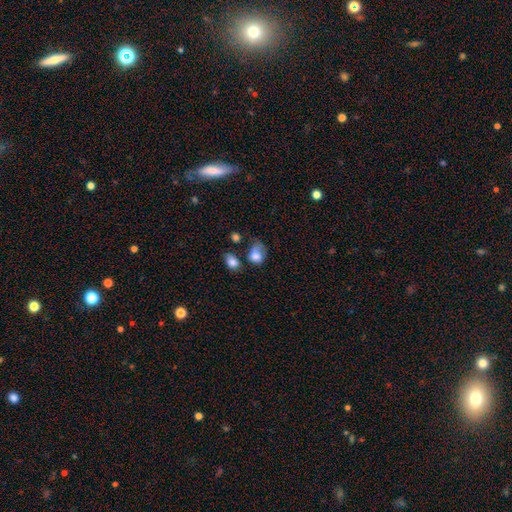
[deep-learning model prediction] Morphology: type=smooth (77%); roundness=in between (60%); merging=minor disturbance (32%).